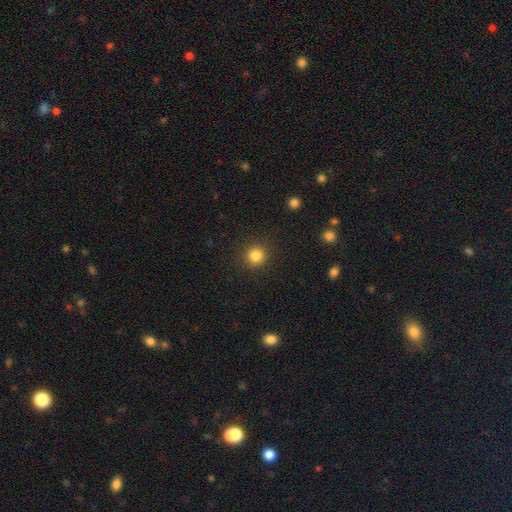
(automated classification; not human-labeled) smooth-or-featured: smooth: 84% | star or artifact: 11% | featured or disk: 4%
  how-rounded: round: 93% | in between: 6% | cigar-shaped: 1%
  merging: none: 91% | minor disturbance: 6% | major disturbance: 2% | merger: 1%